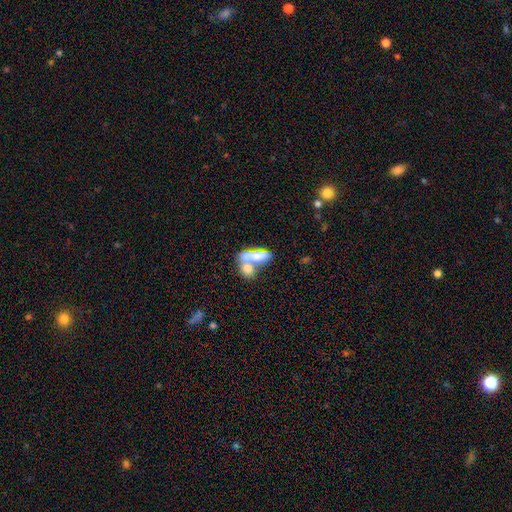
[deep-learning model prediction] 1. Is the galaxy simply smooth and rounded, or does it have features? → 70% smooth, 22% featured or disk, 9% star or artifact.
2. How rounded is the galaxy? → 67% in between, 23% cigar-shaped, 10% round.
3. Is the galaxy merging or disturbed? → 62% merger, 22% none, 8% minor disturbance, 7% major disturbance.